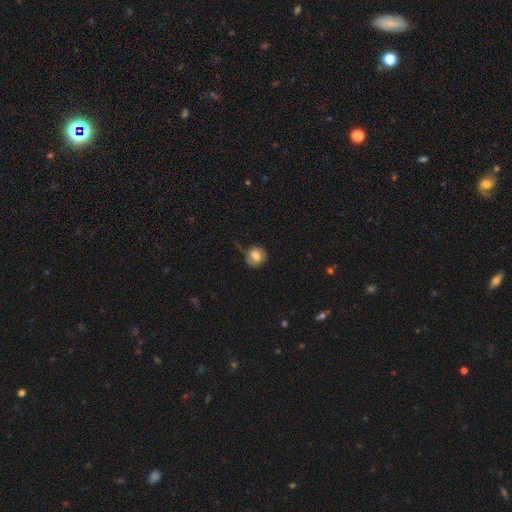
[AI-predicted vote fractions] Smooth or featured: smooth — 69% (featured or disk — 23%)
How rounded: round — 81% (in between — 18%)
Merging: none — 61% (minor disturbance — 25%)